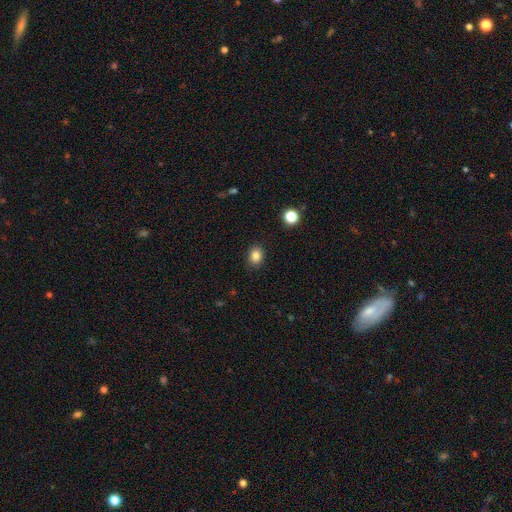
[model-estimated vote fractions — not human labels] Q: Smooth or featured?
A: smooth (84%); runner-up: star or artifact (11%)
Q: How rounded?
A: round (50%); runner-up: in between (49%)
Q: Merging?
A: none (89%); runner-up: minor disturbance (8%)